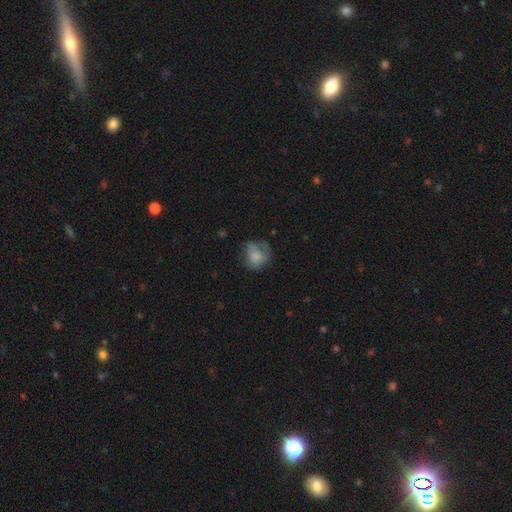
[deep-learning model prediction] A smooth galaxy with no disk features (70%) that is round (69%). Merging: none (45%).